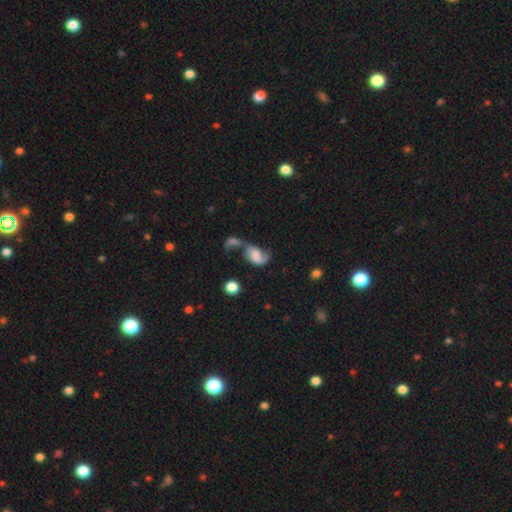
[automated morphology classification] Smooth or featured? featured or disk (65%)
Edge-on disk? no (97%)
Bar? no (56%)
Spiral arms? yes (87%)
Spiral winding? loose (72%)
Spiral arm count? 2 (78%)
Bulge size? none (38%)
Merging? merger (47%)